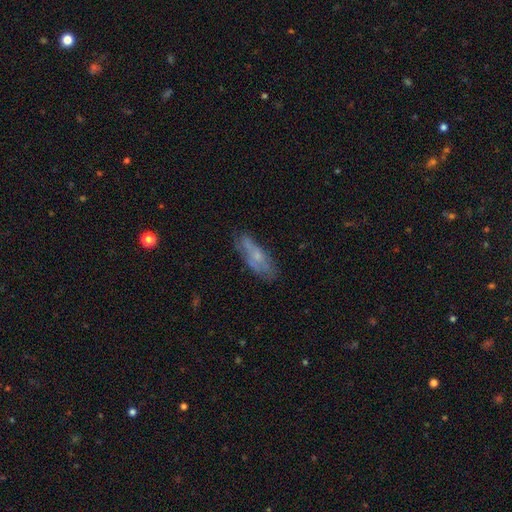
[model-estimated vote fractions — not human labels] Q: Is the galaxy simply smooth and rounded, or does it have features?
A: smooth — 47%.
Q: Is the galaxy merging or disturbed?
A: none — 61%.